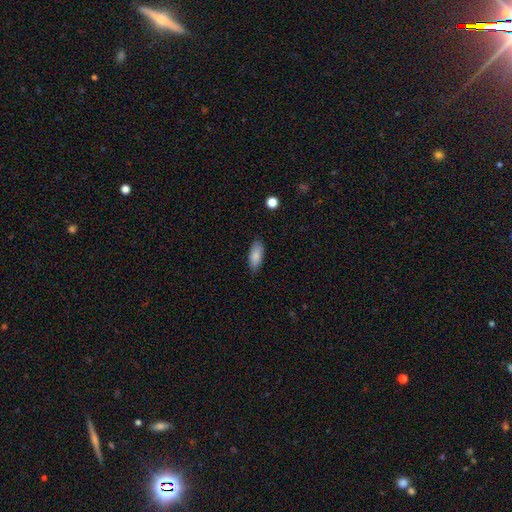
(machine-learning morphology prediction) type=smooth (85%); roundness=in between (82%); merging=none (84%).